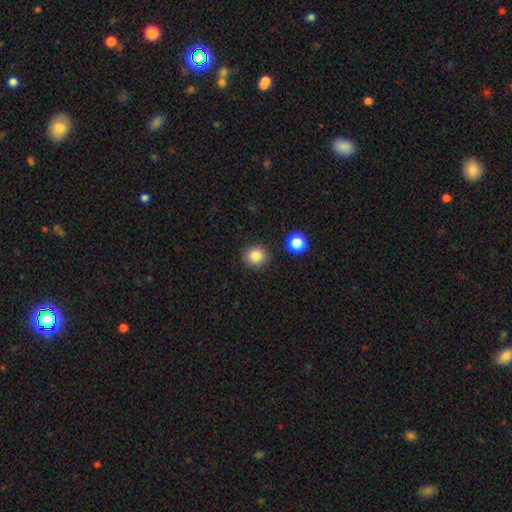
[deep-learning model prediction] A smooth galaxy with no disk features (85%) that is round (89%). Merging: none (89%).